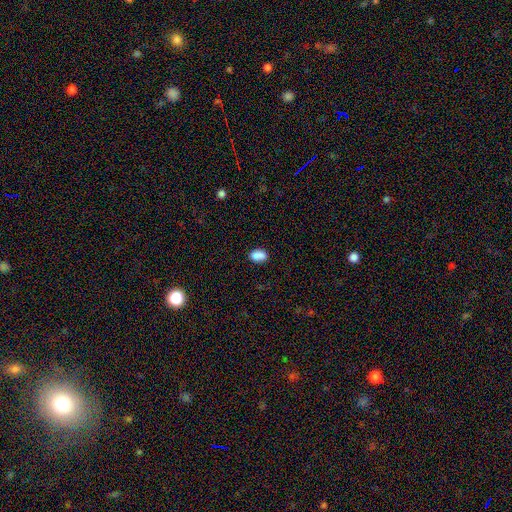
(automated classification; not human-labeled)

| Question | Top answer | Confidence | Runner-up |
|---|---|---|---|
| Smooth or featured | smooth | 86% | star or artifact (9%) |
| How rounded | in between | 86% | round (12%) |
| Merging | none | 80% | minor disturbance (14%) |